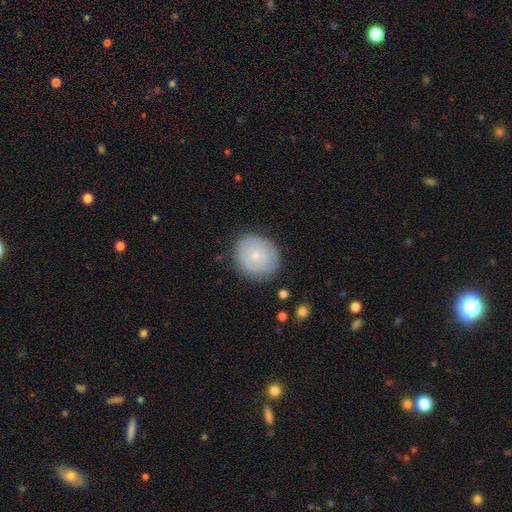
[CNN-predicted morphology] Smooth or featured? Predicted: smooth (p=0.51). How rounded? Predicted: round (p=0.80). Merging? Predicted: none (p=0.82).